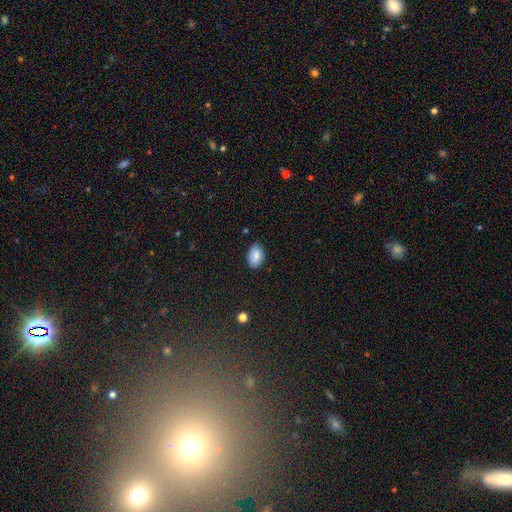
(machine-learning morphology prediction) smooth_or_featured: smooth (p=0.83) [alt: featured or disk p=0.08]
how_rounded: in between (p=0.89) [alt: round p=0.10]
merging: none (p=0.79) [alt: minor disturbance p=0.17]